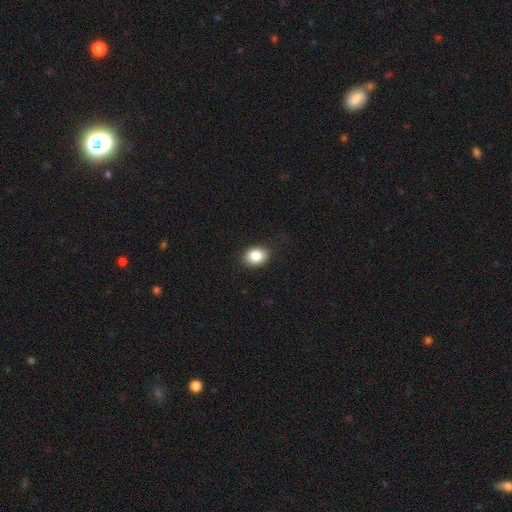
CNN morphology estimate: This appears to be a smooth galaxy with no disk features (85%) that is in between round and cigar-shaped (63%). Merging: none (87%).